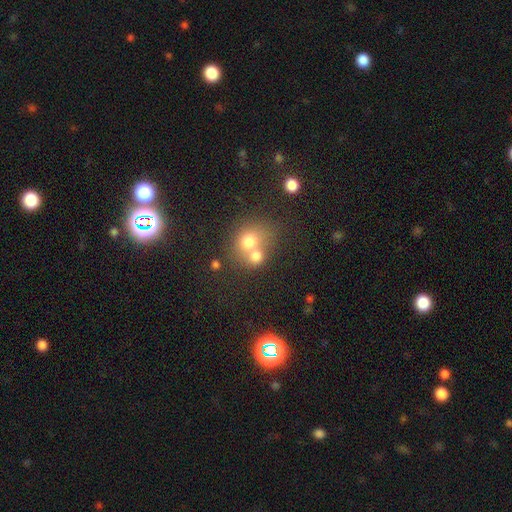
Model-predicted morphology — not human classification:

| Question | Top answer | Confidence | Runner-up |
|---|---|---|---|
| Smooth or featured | smooth | 71% | featured or disk (16%) |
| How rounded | round | 68% | in between (31%) |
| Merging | merger | 58% | none (30%) |